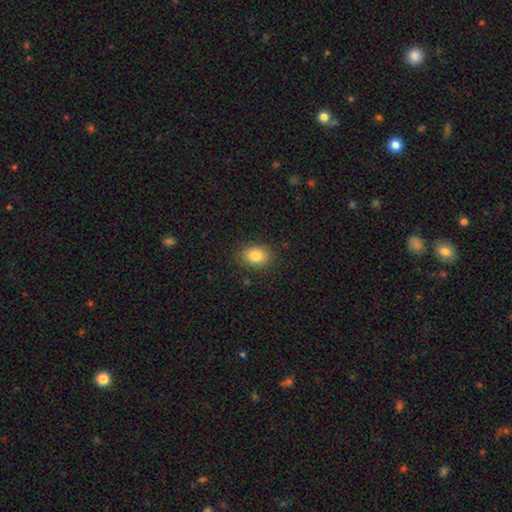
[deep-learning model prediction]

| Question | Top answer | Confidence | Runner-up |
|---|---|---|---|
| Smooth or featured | smooth | 83% | star or artifact (9%) |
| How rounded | in between | 70% | round (29%) |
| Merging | none | 87% | minor disturbance (9%) |